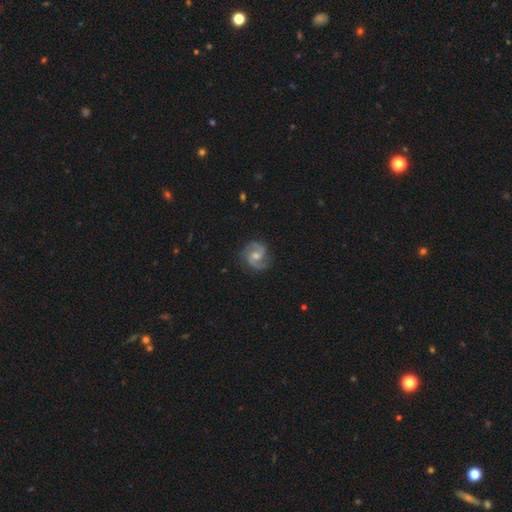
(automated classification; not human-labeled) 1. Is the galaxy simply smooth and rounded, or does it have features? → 89% featured or disk, 6% smooth, 5% star or artifact.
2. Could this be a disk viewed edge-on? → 98% no, 2% yes.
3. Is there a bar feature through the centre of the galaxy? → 46% weak, 41% no, 12% strong.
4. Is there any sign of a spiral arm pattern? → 98% yes, 2% no.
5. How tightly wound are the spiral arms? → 57% medium, 26% tight, 17% loose.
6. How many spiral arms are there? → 93% 2, 2% can't tell, 2% 3, 1% 1, 1% 4, 1% more than 4.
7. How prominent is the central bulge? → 60% moderate, 34% small, 3% large, 3% none, 1% dominant.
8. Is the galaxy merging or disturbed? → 85% none, 11% minor disturbance, 3% major disturbance, 1% merger.